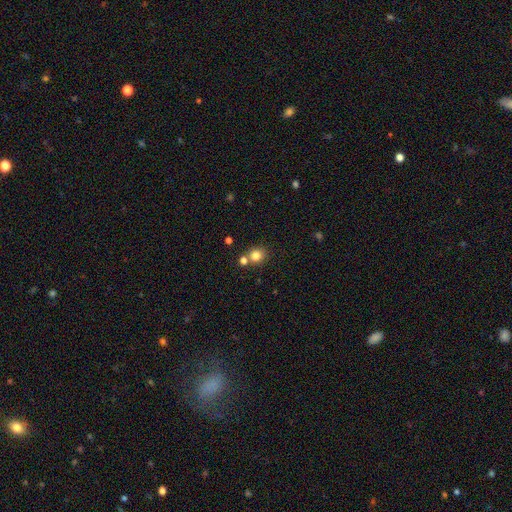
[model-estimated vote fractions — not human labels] A smooth galaxy with no disk features (80%) that is round (80%). Merging: none (66%).